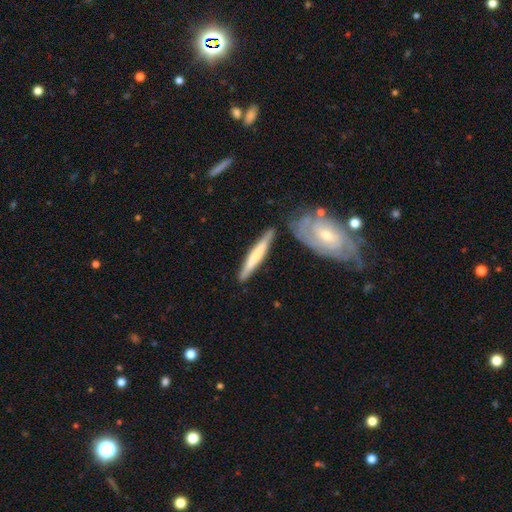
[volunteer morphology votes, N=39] Smooth or featured? 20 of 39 (51%) said smooth. How rounded? 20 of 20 (100%) said cigar-shaped. Merging? 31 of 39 (79%) said none.